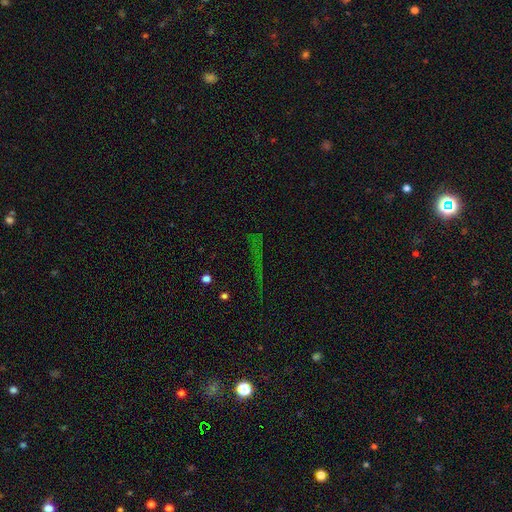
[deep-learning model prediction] Morphology: type=star or artifact (68%).